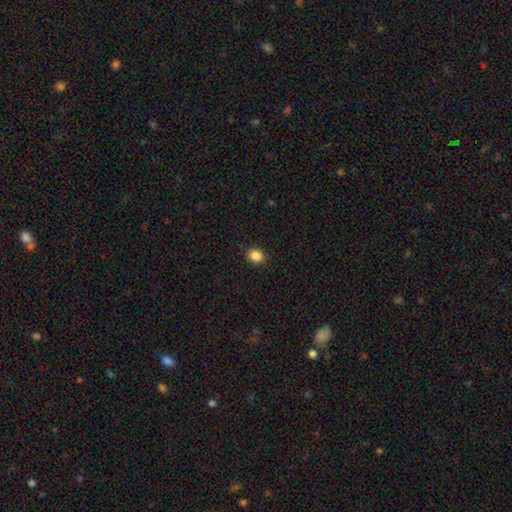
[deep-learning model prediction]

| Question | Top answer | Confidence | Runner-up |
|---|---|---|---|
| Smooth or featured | smooth | 86% | star or artifact (10%) |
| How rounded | round | 54% | in between (45%) |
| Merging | none | 90% | minor disturbance (7%) |